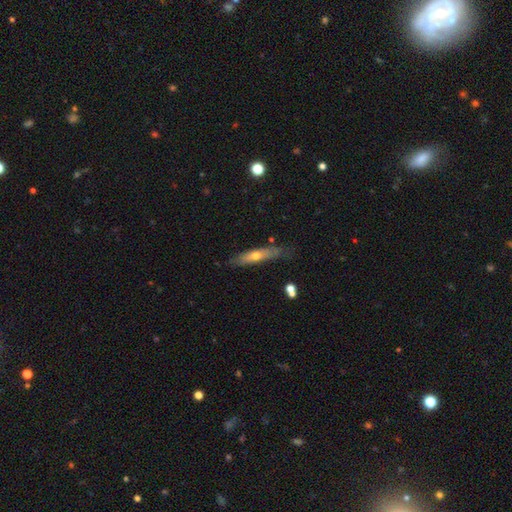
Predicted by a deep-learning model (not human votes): smooth 47% (tied), featured or disk 47% (tied), star or artifact 6%. Down the decision tree: merging — none (75%).